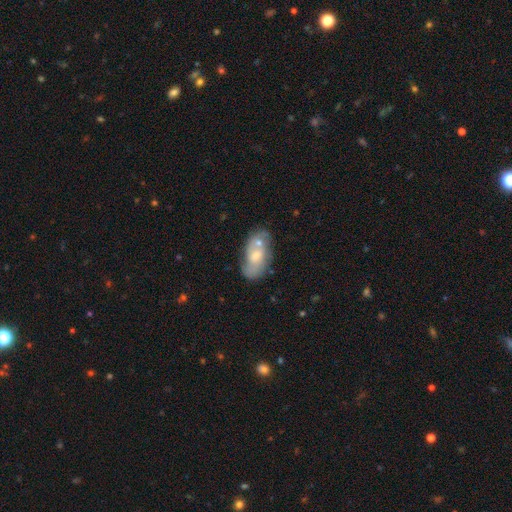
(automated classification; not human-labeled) smooth_or_featured: smooth (p=0.47) [alt: featured or disk p=0.46]
merging: none (p=0.44) [alt: merger p=0.25]